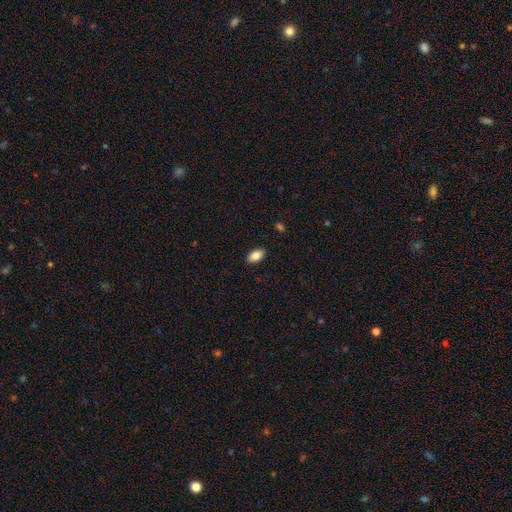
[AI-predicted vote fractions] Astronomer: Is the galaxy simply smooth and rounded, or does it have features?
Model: smooth — 86%.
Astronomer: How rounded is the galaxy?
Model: in between — 93%.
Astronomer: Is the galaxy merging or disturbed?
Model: none — 90%.